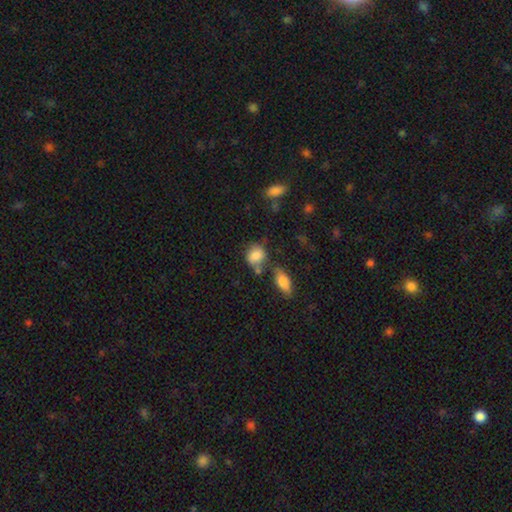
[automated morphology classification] Smooth or featured: smooth — 82% (featured or disk — 10%)
How rounded: round — 50% (in between — 48%)
Merging: none — 49% (minor disturbance — 22%)